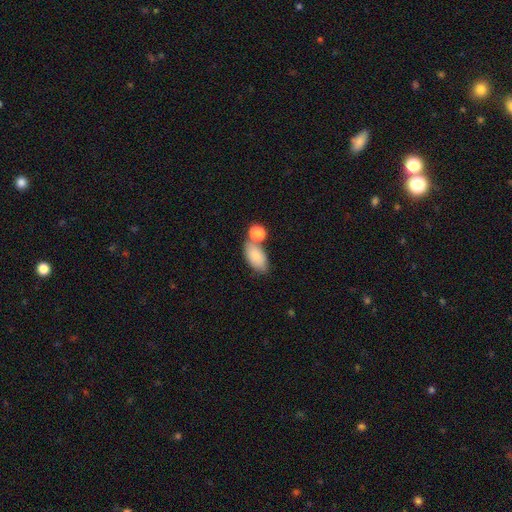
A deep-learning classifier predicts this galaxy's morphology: Q: Smooth or featured?
A: smooth (84%); runner-up: featured or disk (8%)
Q: How rounded?
A: in between (91%); runner-up: round (5%)
Q: Merging?
A: none (53%); runner-up: merger (26%)